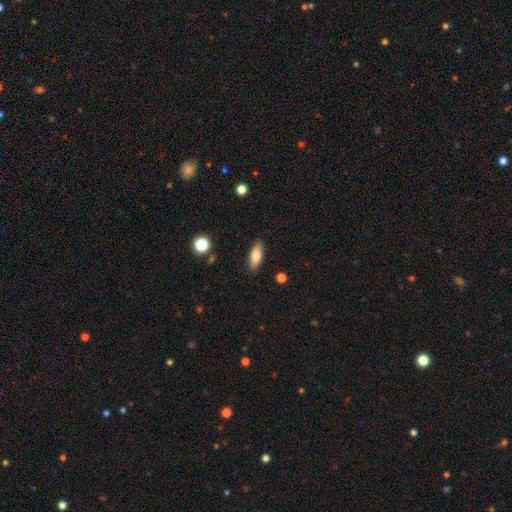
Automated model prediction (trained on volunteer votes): A smooth galaxy with no disk features (77%) that is in between round and cigar-shaped (67%).

Vote fractions:
- Smooth or featured? smooth: 77% / featured or disk: 16% / star or artifact: 7%
- How rounded? in between: 67% / cigar-shaped: 30% / round: 3%
- Merging? none: 88% / minor disturbance: 9% / major disturbance: 2% / merger: 1%